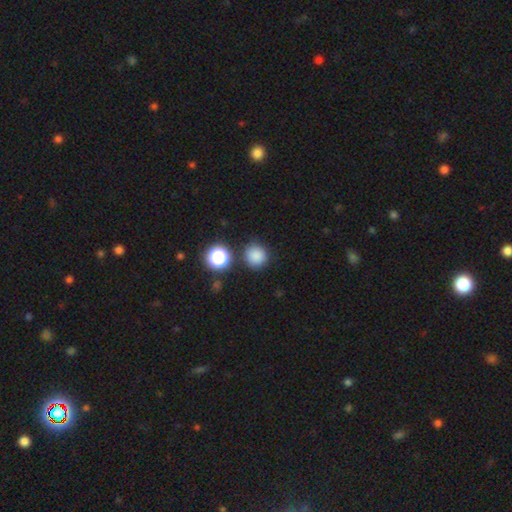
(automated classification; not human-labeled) smooth_or_featured: smooth (p=0.82) [alt: star or artifact p=0.13]
how_rounded: round (p=0.91) [alt: in between p=0.08]
merging: none (p=0.81) [alt: minor disturbance p=0.10]